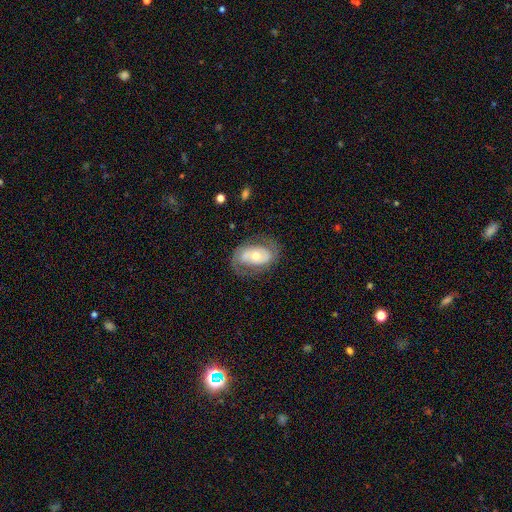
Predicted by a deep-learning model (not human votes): The model was most divided on "bulge size": moderate: 56%, small: 36%, large: 5%, none: 1%, dominant: 1%. More confident: edge-on disk — no (95%); spiral arms — yes (74%); merging — none (69%); smooth or featured — featured or disk (69%); bar — no (61%).